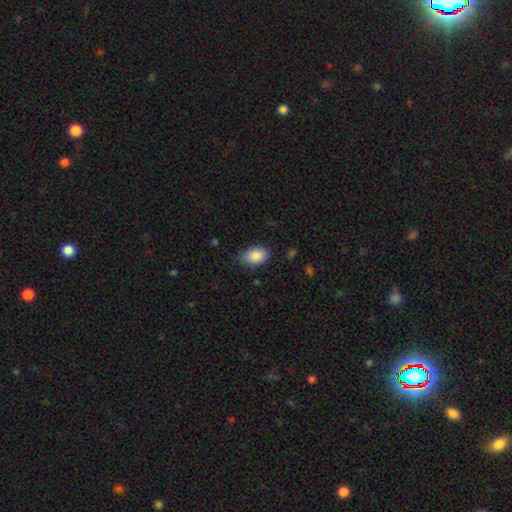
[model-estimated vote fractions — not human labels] Q: Smooth or featured?
A: smooth (88%); runner-up: star or artifact (7%)
Q: How rounded?
A: in between (90%); runner-up: round (8%)
Q: Merging?
A: none (76%); runner-up: minor disturbance (19%)